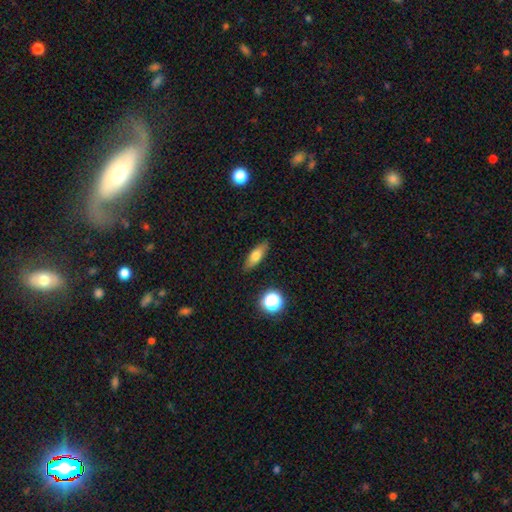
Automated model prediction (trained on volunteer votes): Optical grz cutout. It shows a smooth galaxy with no disk features (68%) that is in between round and cigar-shaped (58%). Merging: none (87%).